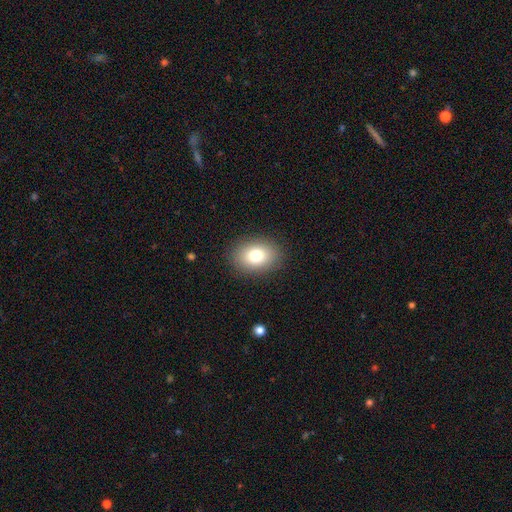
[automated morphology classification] A smooth galaxy with no disk features (79%) that is in between round and cigar-shaped (72%). Merging: none (88%).